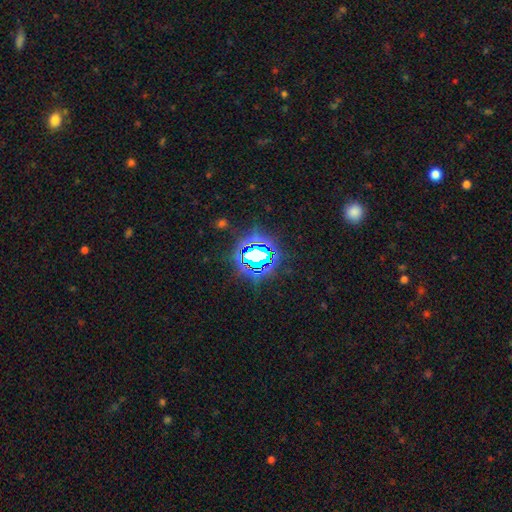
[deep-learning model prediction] A star or artifact, not a galaxy (74%).